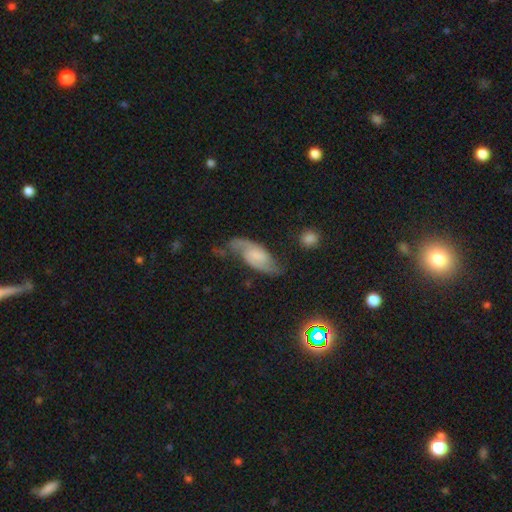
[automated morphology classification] Overall: featured or disk (77%). Edge-on disk: no (94%). Bar: weak (45%; no 42%). Spiral arms: yes (95%). Spiral arm count: 2 (90%). Spiral winding: medium (46%; loose 36%). Bulge size: small (36%; moderate 27%). Merging: none (65%).